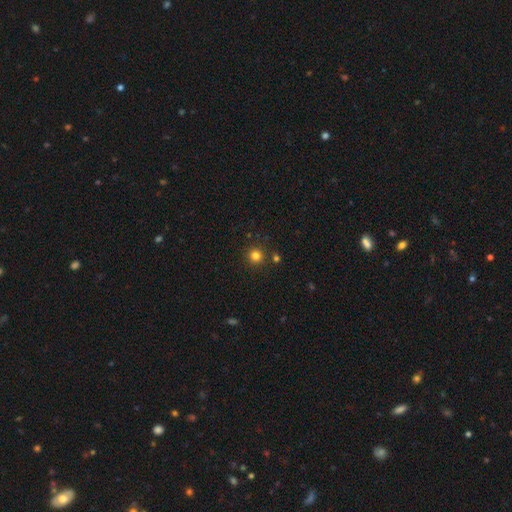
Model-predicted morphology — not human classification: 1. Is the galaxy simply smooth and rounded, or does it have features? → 80% smooth, 15% star or artifact, 5% featured or disk.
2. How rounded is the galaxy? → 94% round, 5% in between, 1% cigar-shaped.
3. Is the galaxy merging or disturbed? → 87% none, 6% minor disturbance, 5% merger, 2% major disturbance.